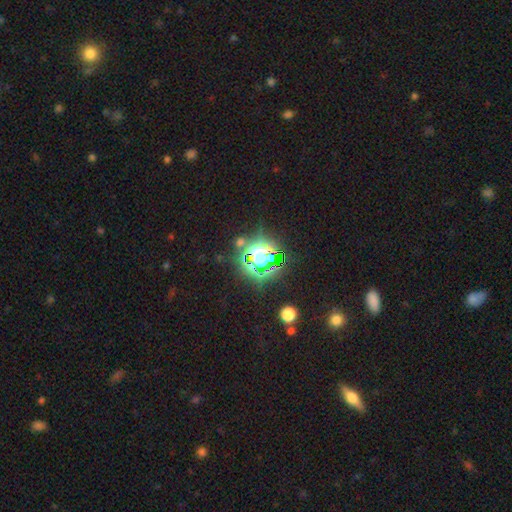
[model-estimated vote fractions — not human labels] This is clearly a star or artifact rather than a galaxy (80%).